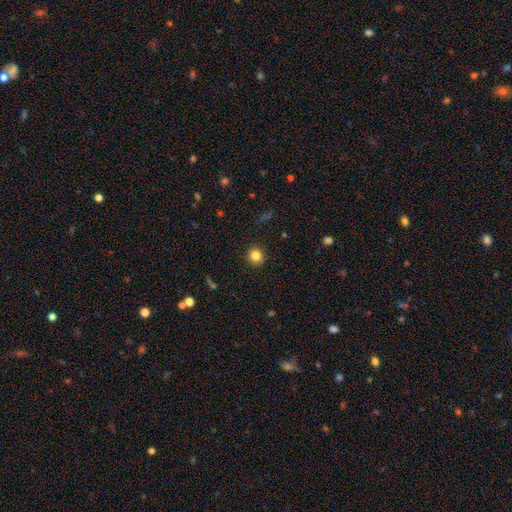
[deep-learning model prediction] Smooth or featured? smooth (83%)
How rounded? round (92%)
Merging? none (92%)